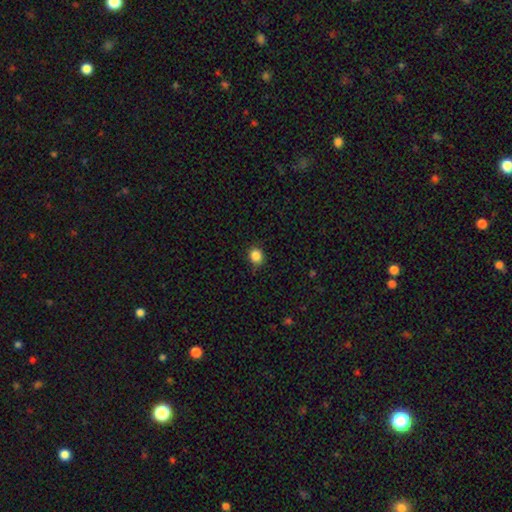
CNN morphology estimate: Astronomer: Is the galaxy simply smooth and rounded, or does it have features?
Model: smooth — 85%.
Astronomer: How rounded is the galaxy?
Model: round — 76%.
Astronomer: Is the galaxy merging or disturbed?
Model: none — 85%.